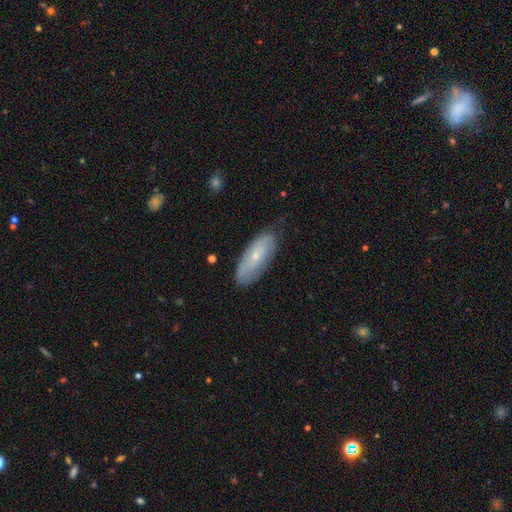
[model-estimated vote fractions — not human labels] Q: Smooth or featured?
A: smooth (55%); runner-up: featured or disk (38%)
Q: How rounded?
A: in between (75%); runner-up: cigar-shaped (23%)
Q: Merging?
A: none (73%); runner-up: minor disturbance (22%)